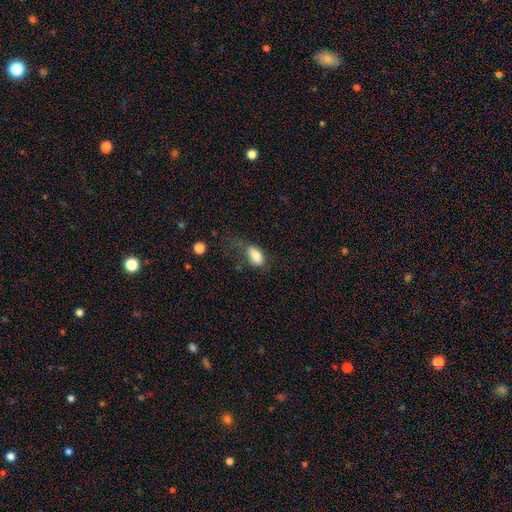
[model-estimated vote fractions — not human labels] This is clearly a smooth galaxy (83%). How rounded: clearly in between (91%). Merging: marginally none (43%).